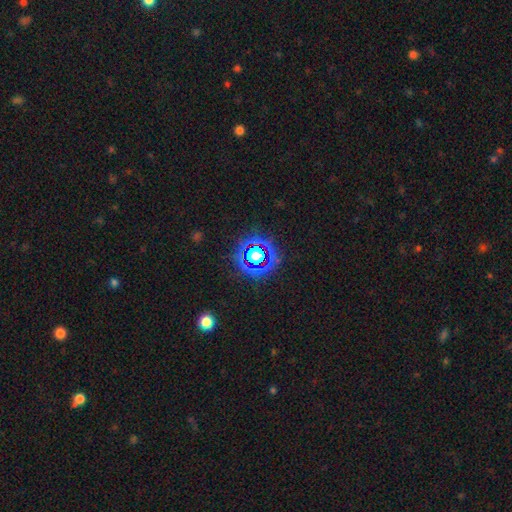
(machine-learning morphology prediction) This appears to be a star or artifact, not a galaxy (64%).